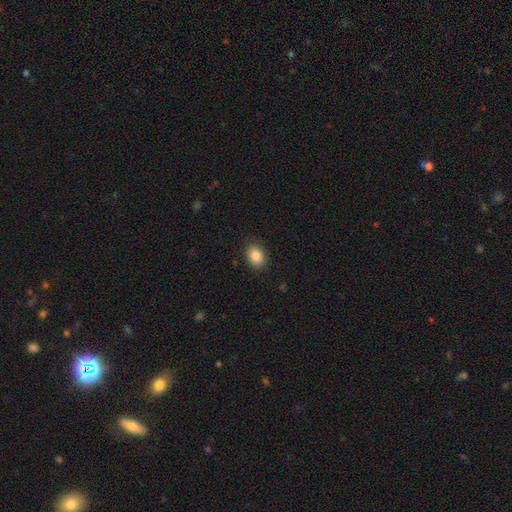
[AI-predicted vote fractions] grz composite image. It shows a smooth galaxy with no disk features (87%) that is in between round and cigar-shaped (69%). Merging: none (88%).